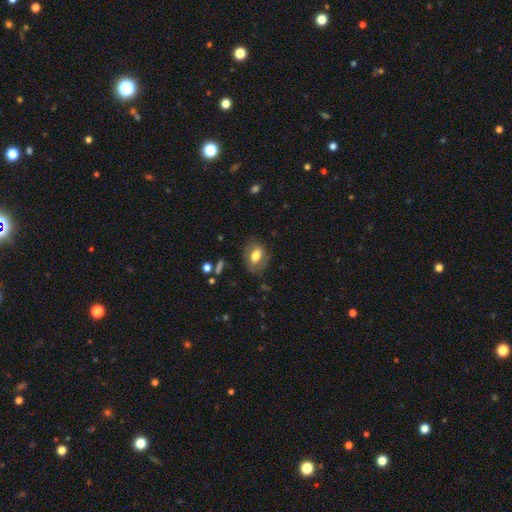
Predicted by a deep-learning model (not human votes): This is likely a smooth galaxy (63%). How rounded: likely in between (78%). Merging: likely none (73%).